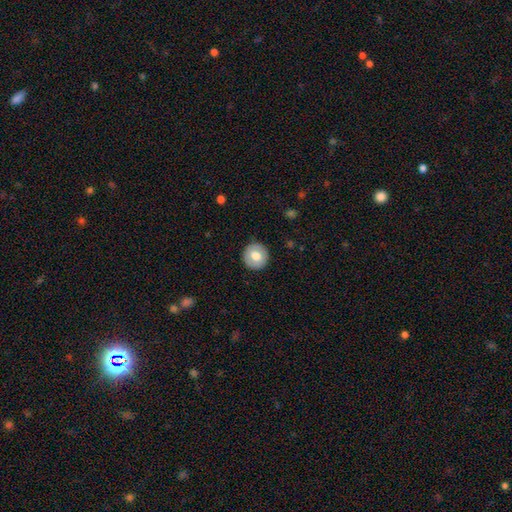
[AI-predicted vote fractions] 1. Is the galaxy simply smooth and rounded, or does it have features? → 70% smooth, 23% featured or disk, 7% star or artifact.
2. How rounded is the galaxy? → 93% round, 6% in between, 1% cigar-shaped.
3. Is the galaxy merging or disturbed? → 91% none, 7% minor disturbance, 2% major disturbance, 1% merger.